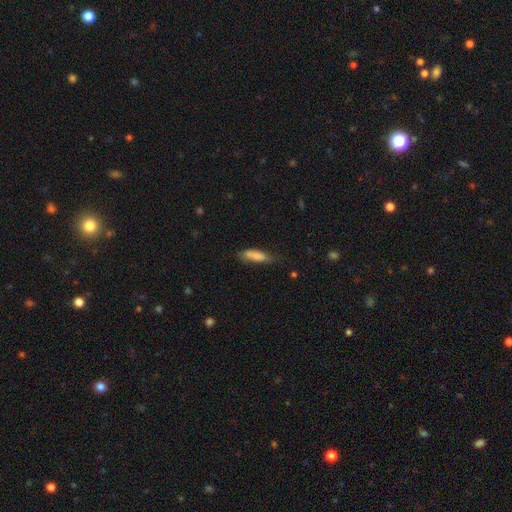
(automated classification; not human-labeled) A smooth galaxy with no disk features (83%) that is cigar-shaped (55%). Merging: none (63%).